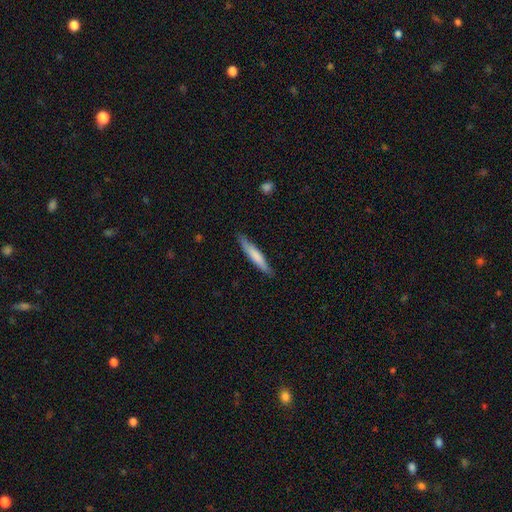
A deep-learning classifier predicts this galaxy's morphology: type=smooth (71%); roundness=cigar-shaped (92%); merging=none (85%).